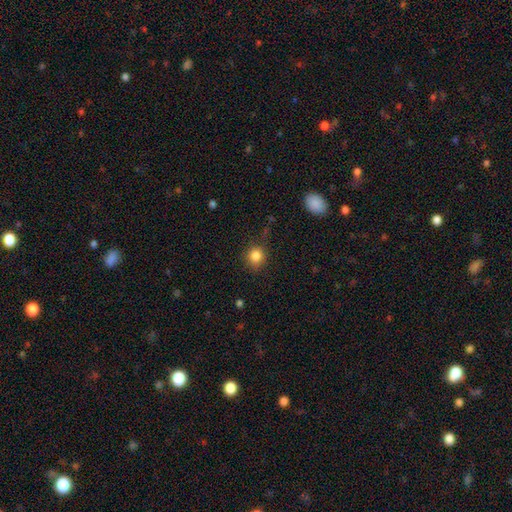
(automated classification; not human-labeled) smooth_or_featured: smooth (p=0.84) [alt: star or artifact p=0.11]
how_rounded: round (p=0.86) [alt: in between p=0.12]
merging: none (p=0.83) [alt: minor disturbance p=0.12]